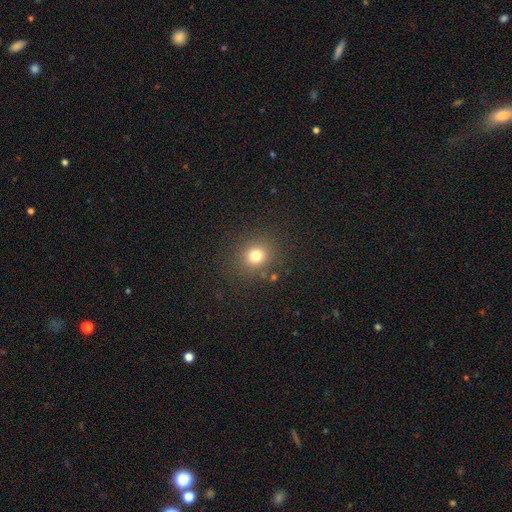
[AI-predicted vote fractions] This is likely a smooth galaxy (77%). How rounded: clearly round (81%). Merging: clearly none (86%).